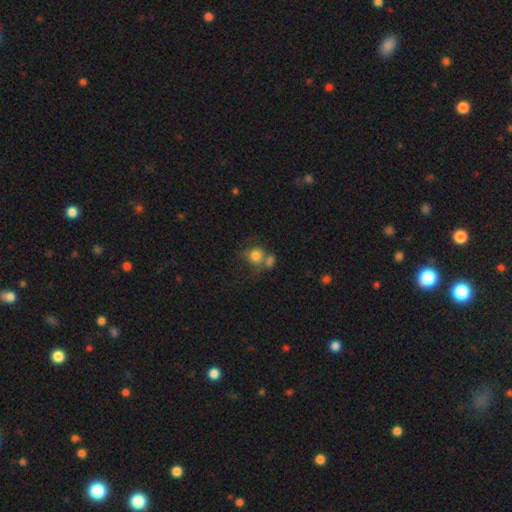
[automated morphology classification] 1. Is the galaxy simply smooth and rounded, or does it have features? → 78% smooth, 12% featured or disk, 10% star or artifact.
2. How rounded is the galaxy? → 78% round, 21% in between, 1% cigar-shaped.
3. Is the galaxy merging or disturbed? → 40% none, 37% merger, 14% minor disturbance, 9% major disturbance.